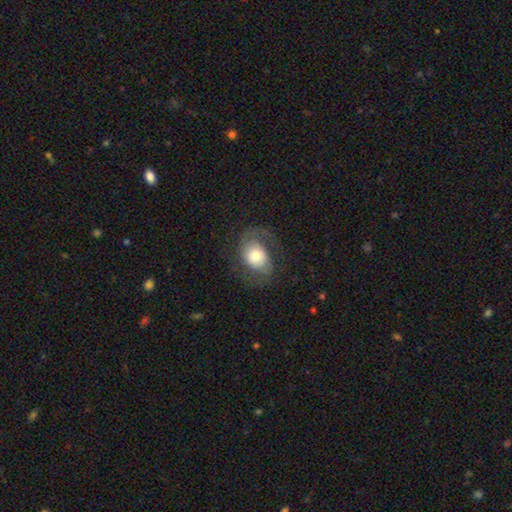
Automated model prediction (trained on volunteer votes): Smooth or featured? Predicted: featured or disk (p=0.48). Merging? Predicted: none (p=0.62).